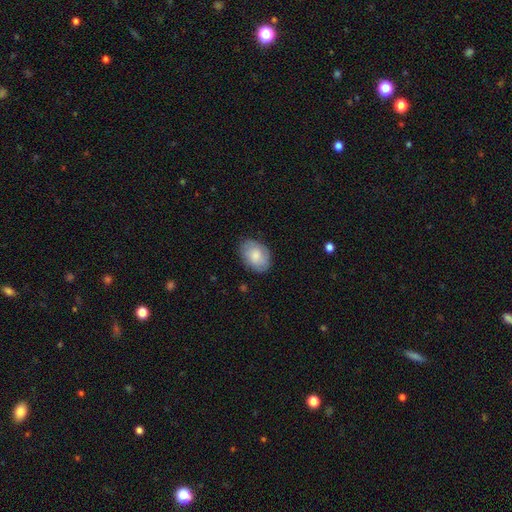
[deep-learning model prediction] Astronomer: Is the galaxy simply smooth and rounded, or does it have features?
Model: smooth — 78%.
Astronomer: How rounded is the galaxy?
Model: in between — 84%.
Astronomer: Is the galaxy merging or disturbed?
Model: none — 81%.